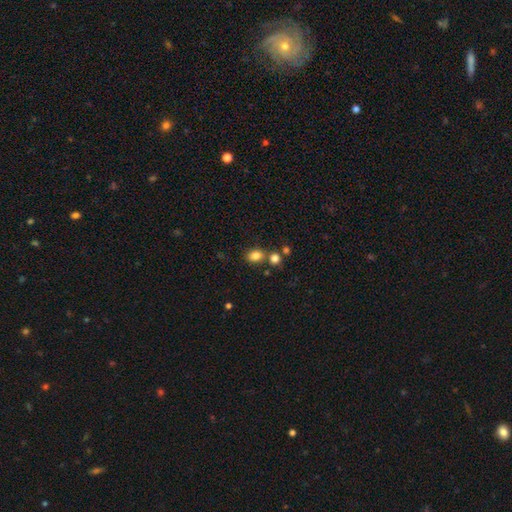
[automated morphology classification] smooth-or-featured: smooth: 83% | star or artifact: 11% | featured or disk: 5%
  how-rounded: in between: 66% | round: 33% | cigar-shaped: 1%
  merging: none: 68% | merger: 18% | minor disturbance: 11% | major disturbance: 4%